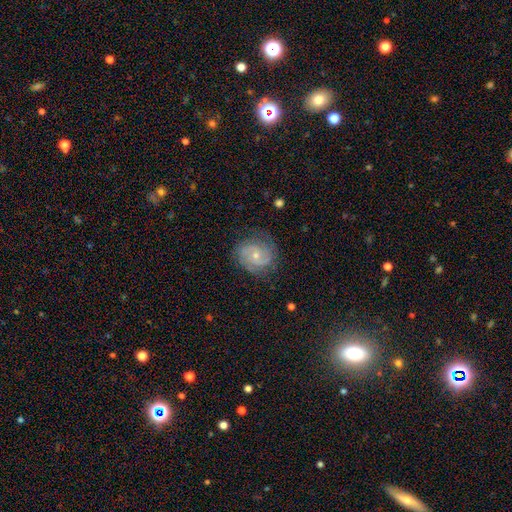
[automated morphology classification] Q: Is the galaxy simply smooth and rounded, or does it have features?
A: featured or disk — 79%.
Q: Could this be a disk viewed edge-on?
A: no — 98%.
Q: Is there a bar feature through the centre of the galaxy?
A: no — 67%.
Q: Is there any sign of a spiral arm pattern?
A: yes — 95%.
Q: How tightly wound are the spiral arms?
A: tight — 53%.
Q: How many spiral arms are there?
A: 2 — 62%.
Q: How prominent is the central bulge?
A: small — 63%.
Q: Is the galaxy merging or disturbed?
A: none — 76%.